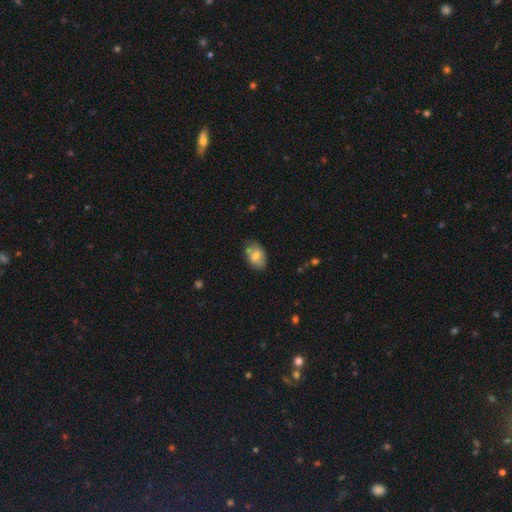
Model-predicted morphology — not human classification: Overall: smooth (69%). How rounded: in between (88%). Merging: none (74%).